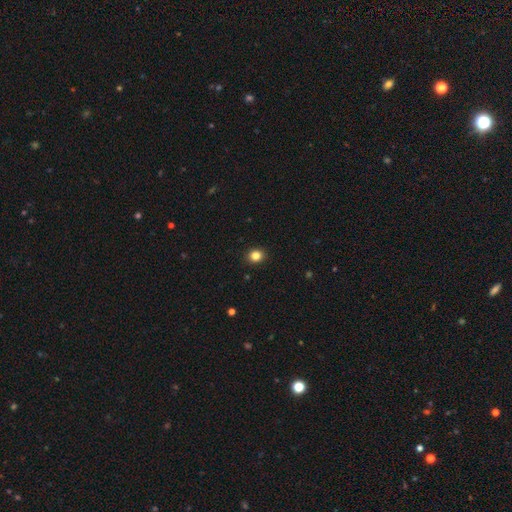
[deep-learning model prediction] smooth_or_featured: smooth (p=0.84) [alt: star or artifact p=0.12]
how_rounded: round (p=0.74) [alt: in between p=0.25]
merging: none (p=0.92) [alt: minor disturbance p=0.06]